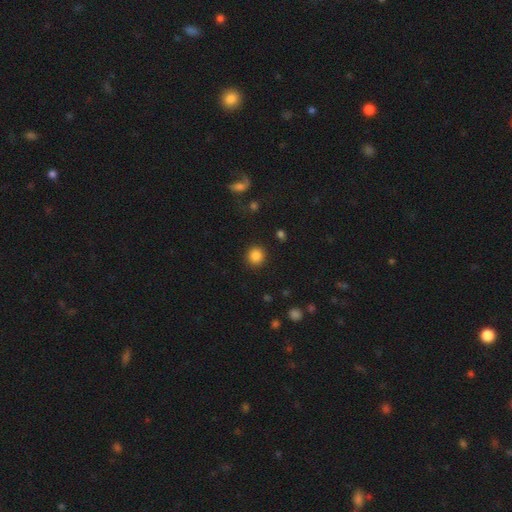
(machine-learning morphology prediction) This is clearly a smooth galaxy (85%). How rounded: clearly round (91%). Merging: clearly none (91%).